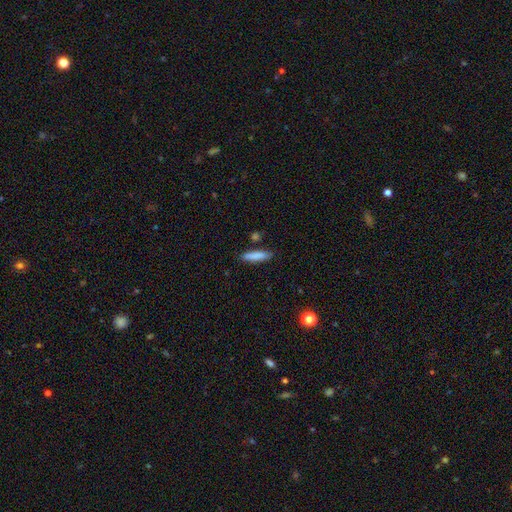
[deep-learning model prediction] smooth 83%, featured or disk 10%, star or artifact 6%. Down the decision tree: how rounded — cigar-shaped (79%); merging — none (83%).